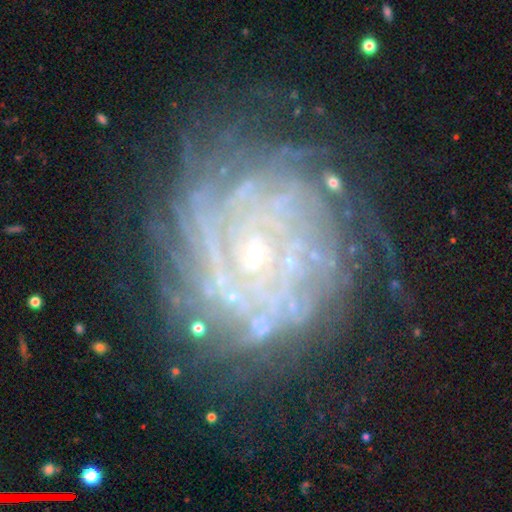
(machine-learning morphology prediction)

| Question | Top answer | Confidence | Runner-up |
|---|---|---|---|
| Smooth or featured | featured or disk | 79% | star or artifact (11%) |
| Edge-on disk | no | 96% | yes (4%) |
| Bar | no | 80% | weak (15%) |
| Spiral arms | yes | 85% | no (15%) |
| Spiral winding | tight | 76% | medium (17%) |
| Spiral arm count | can't tell | 44% | more than 4 (21%) |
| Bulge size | small | 84% | moderate (10%) |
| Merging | none | 66% | minor disturbance (18%) |